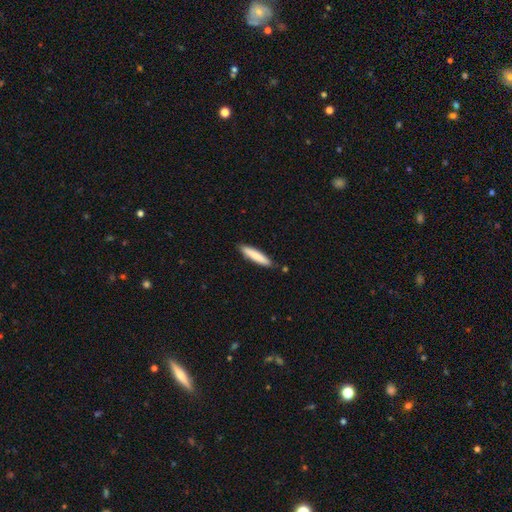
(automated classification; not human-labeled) smooth 82%, featured or disk 13%, star or artifact 5%. Down the decision tree: how rounded — cigar-shaped (89%); merging — none (88%).